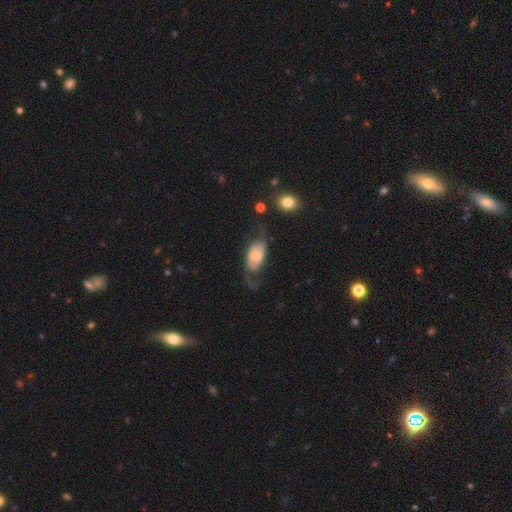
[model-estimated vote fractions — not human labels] A featured or disk galaxy (68%) with no bar (70%), 2 (84%) loose (66%) spiral arms (85%) and a moderate central bulge (45%). Merging: none (46%).